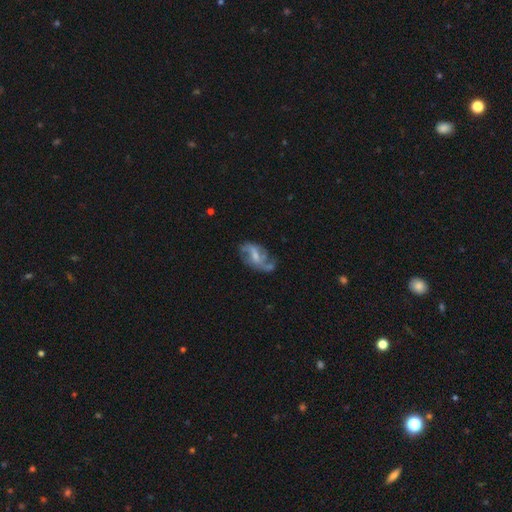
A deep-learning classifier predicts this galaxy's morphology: A featured or disk galaxy (75%) with a weak bar (50%), 2 (66%) loose (61%) spiral arms (85%) and a small central bulge (46%).

Vote fractions:
- Smooth or featured? featured or disk: 75% / smooth: 17% / star or artifact: 8%
- Edge-on disk? no: 96% / yes: 4%
- Bar? weak: 50% / no: 32% / strong: 17%
- Spiral arms? yes: 85% / no: 15%
- Spiral winding? loose: 61% / medium: 30% / tight: 9%
- Spiral arm count? 2: 66% / can't tell: 14% / 3: 10% / 1: 5% / 4: 3% / more than 4: 2%
- Bulge size? small: 46% / moderate: 34% / none: 16% / large: 3% / dominant: 1%
- Merging? none: 51% / minor disturbance: 24% / major disturbance: 19% / merger: 5%